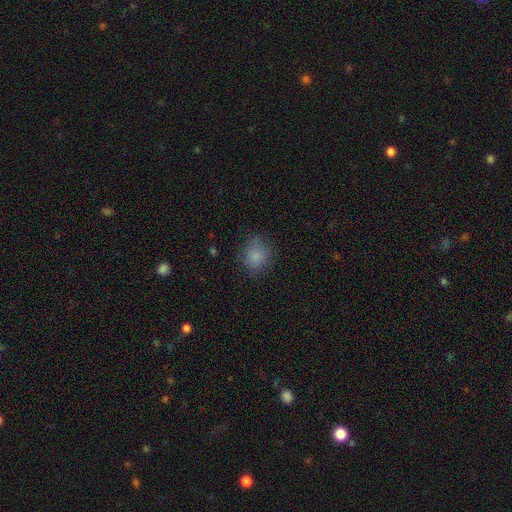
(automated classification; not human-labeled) Morphology: type=smooth (83%); roundness=round (77%); merging=none (78%).